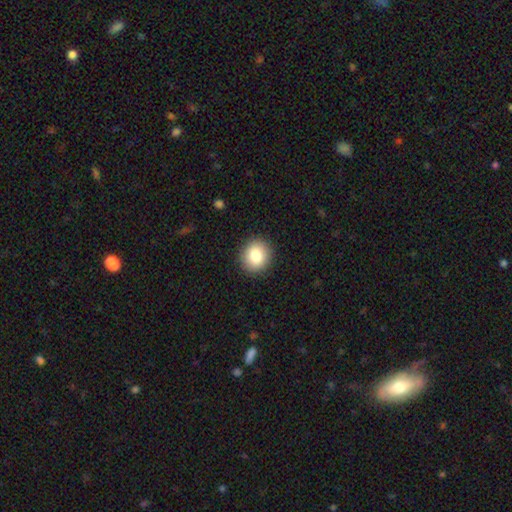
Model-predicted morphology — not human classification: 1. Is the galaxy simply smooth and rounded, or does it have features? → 82% smooth, 9% featured or disk, 9% star or artifact.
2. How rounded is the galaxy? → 84% round, 15% in between, 1% cigar-shaped.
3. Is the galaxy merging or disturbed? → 91% none, 6% minor disturbance, 2% major disturbance, 1% merger.